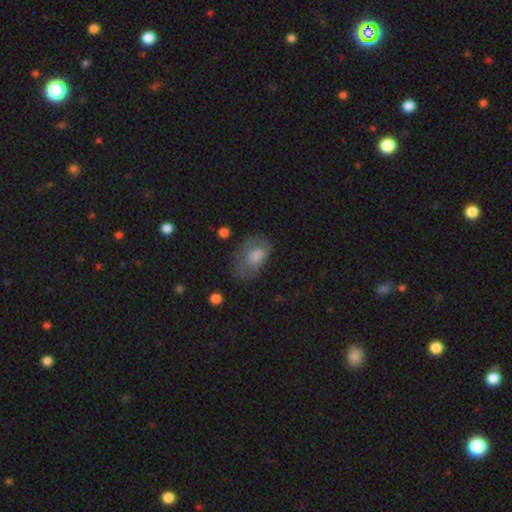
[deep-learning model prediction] Overall: smooth (56%; featured or disk 34%). How rounded: in between (84%). Merging: none (48%; minor disturbance 28%).